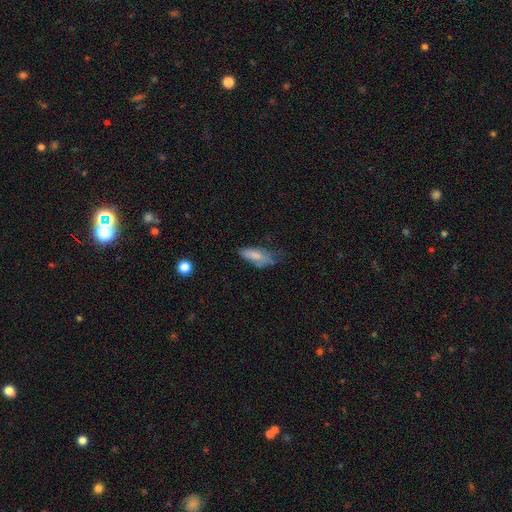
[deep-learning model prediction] A smooth galaxy with no disk features (73%) that is in between round and cigar-shaped (74%). Merging: minor disturbance (38%).